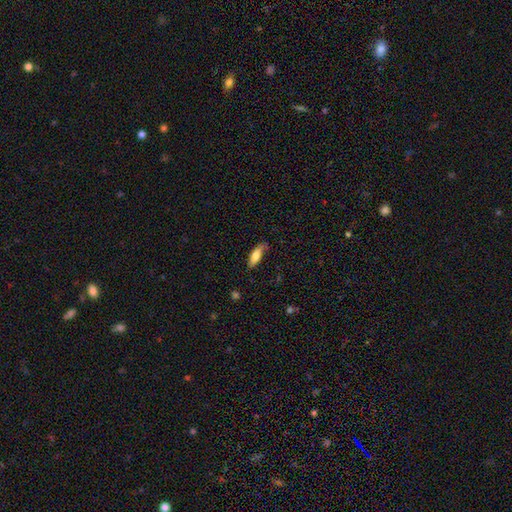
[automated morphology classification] This is likely a smooth galaxy (73%). How rounded: possibly in between (56%). Merging: likely none (68%).